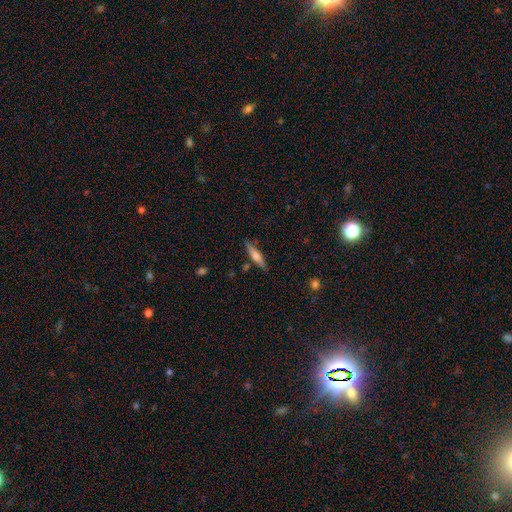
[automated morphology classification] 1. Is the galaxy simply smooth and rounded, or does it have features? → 59% smooth, 34% featured or disk, 6% star or artifact.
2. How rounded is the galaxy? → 83% cigar-shaped, 15% in between, 2% round.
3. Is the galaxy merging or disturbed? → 84% none, 11% minor disturbance, 3% merger, 2% major disturbance.